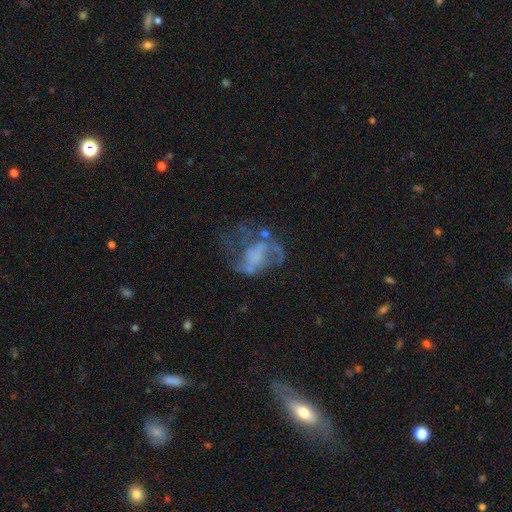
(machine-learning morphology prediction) smooth-or-featured: featured or disk: 70% | smooth: 17% | star or artifact: 13%
  disk-edge-on: no: 98% | yes: 2%
    bar: no: 63% | weak: 28% | strong: 9%
    has-spiral-arms: yes: 62% | no: 38%
    bulge-size: none: 64% | small: 14% | moderate: 12% | large: 8% | dominant: 2%
  merging: major disturbance: 40% | none: 36% | minor disturbance: 17% | merger: 7%